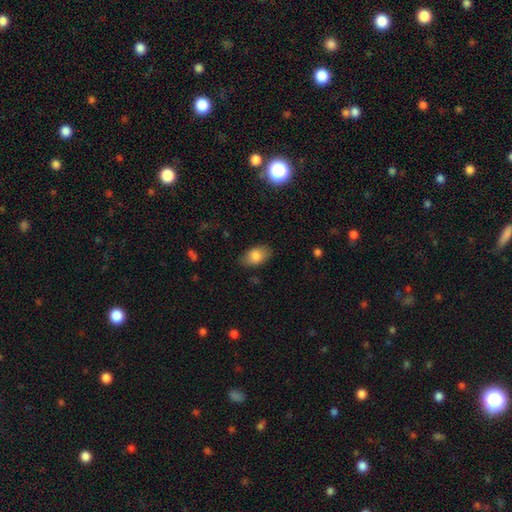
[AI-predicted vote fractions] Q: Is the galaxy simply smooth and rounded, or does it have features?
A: smooth — 83%.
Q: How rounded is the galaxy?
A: in between — 92%.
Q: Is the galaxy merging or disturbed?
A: none — 81%.